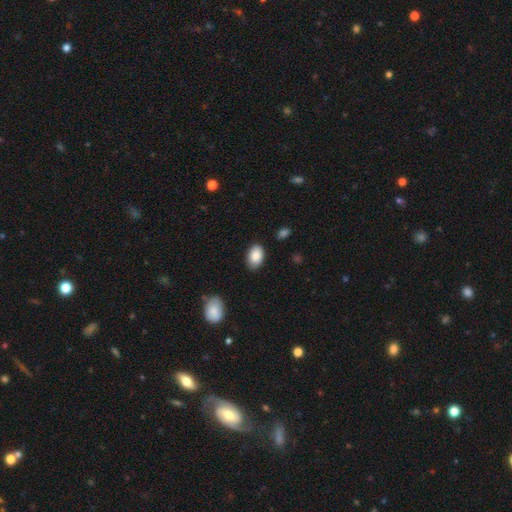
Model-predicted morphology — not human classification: Smooth or featured: smooth — 88% (star or artifact — 7%)
How rounded: in between — 90% (round — 9%)
Merging: none — 84% (minor disturbance — 12%)